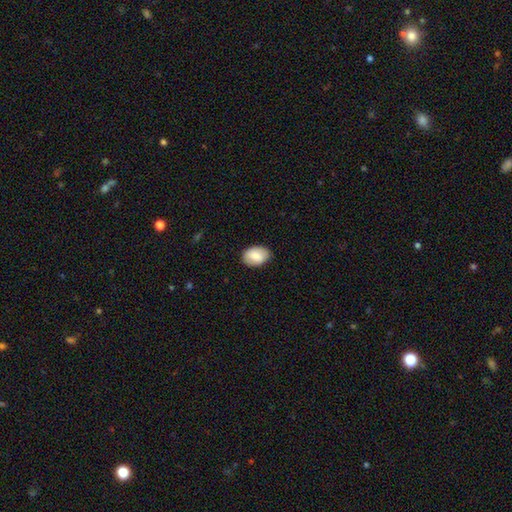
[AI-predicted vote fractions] smooth 83%, featured or disk 11%, star or artifact 6%. Down the decision tree: how rounded — in between (82%); merging — none (85%).